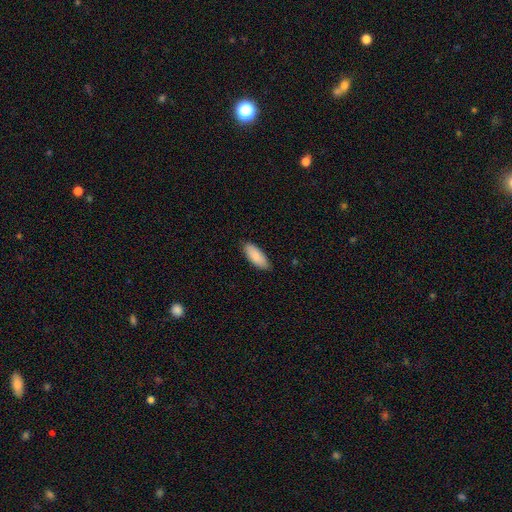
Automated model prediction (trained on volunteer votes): Smooth or featured? Predicted: smooth (p=0.89). How rounded? Predicted: in between (p=0.80). Merging? Predicted: none (p=0.86).